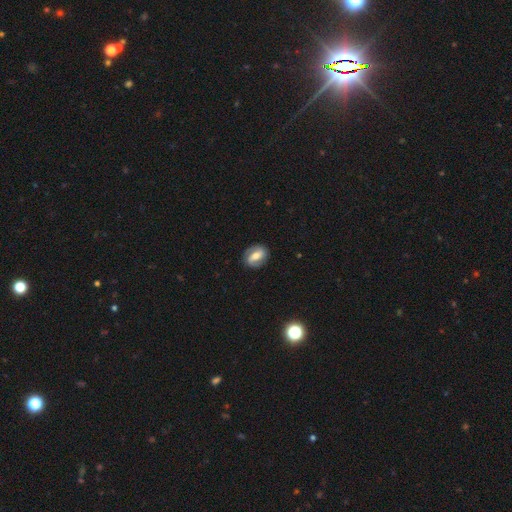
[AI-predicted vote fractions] Q: Smooth or featured?
A: featured or disk (68%); runner-up: smooth (26%)
Q: Edge-on disk?
A: no (95%); runner-up: yes (5%)
Q: Bar?
A: strong (41%); runner-up: weak (38%)
Q: Spiral arms?
A: yes (82%); runner-up: no (18%)
Q: Spiral winding?
A: medium (42%); runner-up: tight (36%)
Q: Spiral arm count?
A: 2 (86%); runner-up: can't tell (7%)
Q: Bulge size?
A: moderate (63%); runner-up: small (23%)
Q: Merging?
A: none (83%); runner-up: minor disturbance (12%)